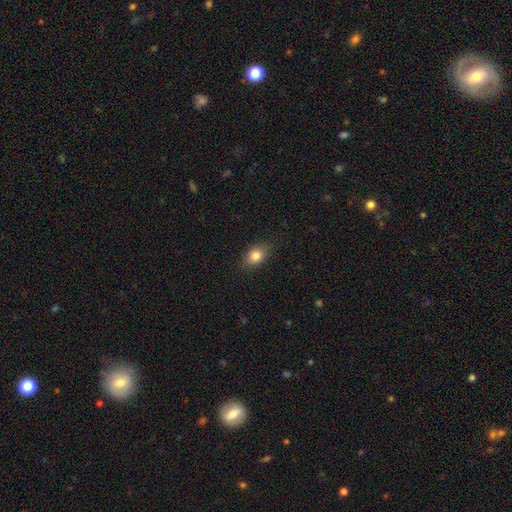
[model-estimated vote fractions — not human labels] Smooth or featured: smooth — 82% (star or artifact — 9%)
How rounded: in between — 73% (round — 25%)
Merging: none — 83% (minor disturbance — 13%)